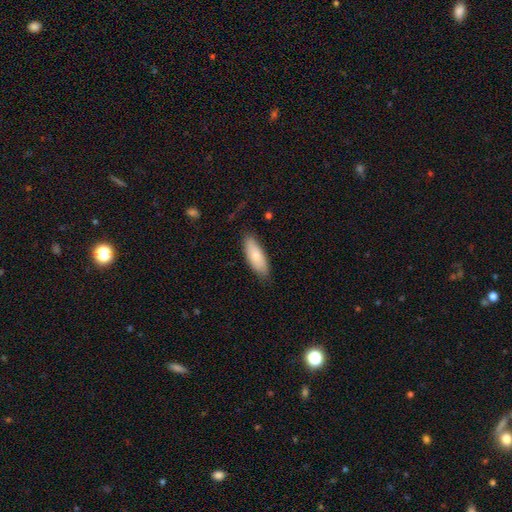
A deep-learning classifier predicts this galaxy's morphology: Smooth or featured: smooth — 82% (featured or disk — 13%)
How rounded: in between — 72% (cigar-shaped — 27%)
Merging: none — 81% (minor disturbance — 15%)